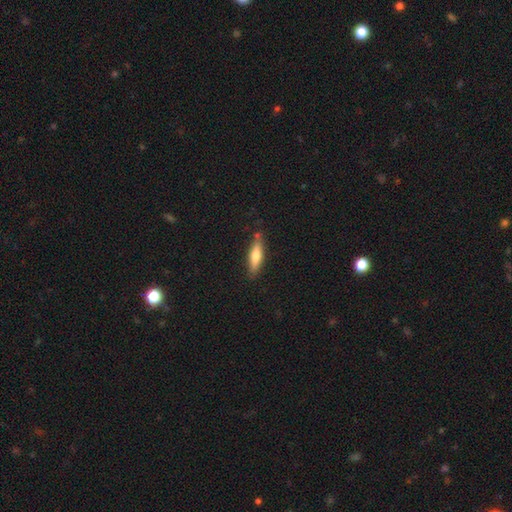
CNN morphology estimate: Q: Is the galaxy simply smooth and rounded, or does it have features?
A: smooth — 64%.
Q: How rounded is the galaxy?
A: cigar-shaped — 67%.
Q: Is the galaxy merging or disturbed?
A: none — 80%.